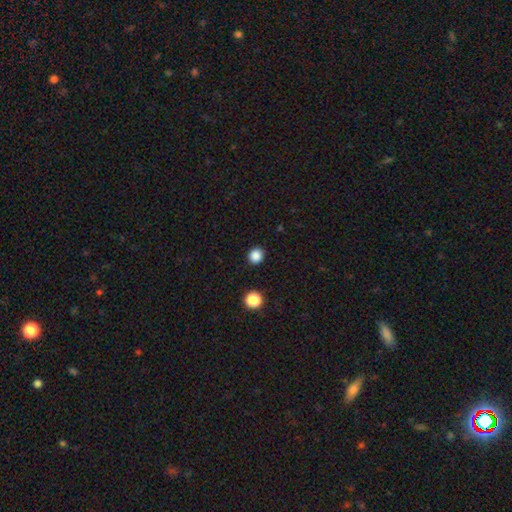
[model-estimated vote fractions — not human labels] A smooth galaxy with no disk features (85%) that is round (86%).

Vote fractions:
- Smooth or featured? smooth: 85% / star or artifact: 12% / featured or disk: 3%
- How rounded? round: 86% / in between: 13% / cigar-shaped: 1%
- Merging? none: 91% / minor disturbance: 5% / major disturbance: 2% / merger: 1%